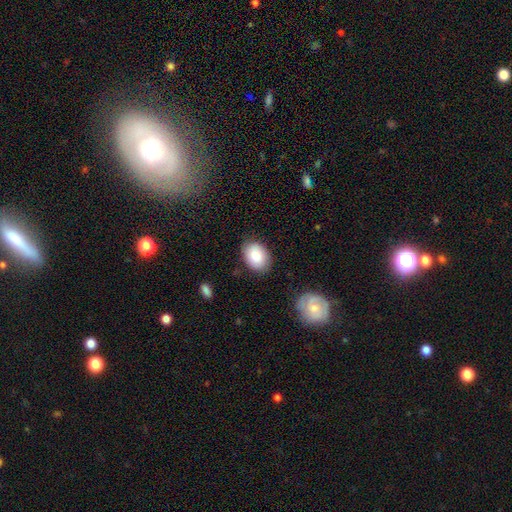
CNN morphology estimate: A smooth galaxy with no disk features (82%) that is in between round and cigar-shaped (71%).

Vote fractions:
- Smooth or featured? smooth: 82% / featured or disk: 11% / star or artifact: 7%
- How rounded? in between: 71% / round: 28% / cigar-shaped: 1%
- Merging? none: 82% / minor disturbance: 13% / major disturbance: 3% / merger: 2%